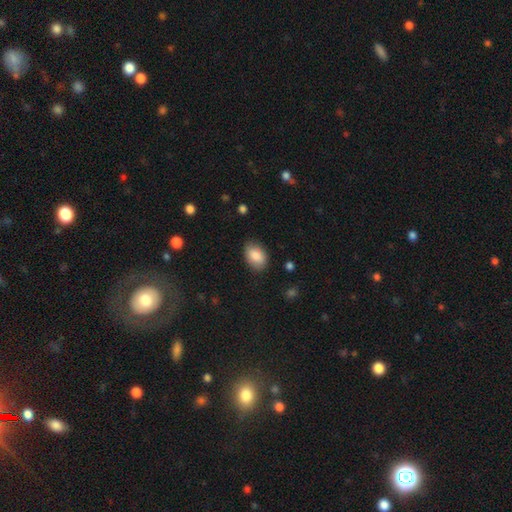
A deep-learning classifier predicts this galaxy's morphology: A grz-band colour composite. It shows a smooth galaxy with no disk features (86%) that is in between round and cigar-shaped (84%). Merging: none (81%).